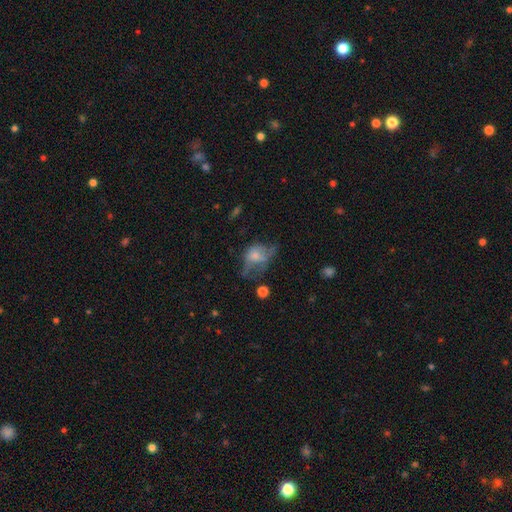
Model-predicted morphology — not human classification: Overall: smooth (49%; featured or disk 40%). Merging: major disturbance (45%; minor disturbance 25%).